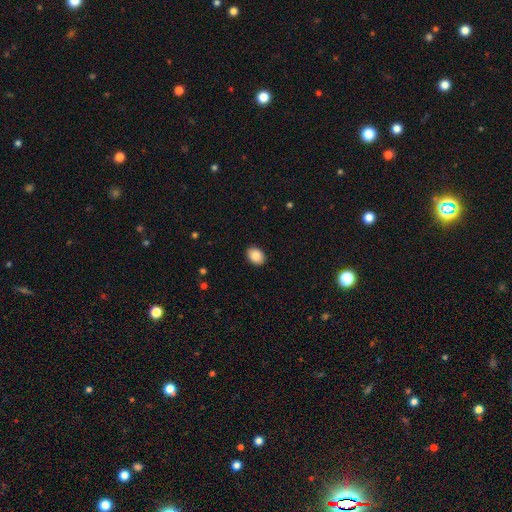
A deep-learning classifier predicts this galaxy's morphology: smooth-or-featured: smooth: 88% | star or artifact: 7% | featured or disk: 4%
  how-rounded: in between: 72% | round: 27% | cigar-shaped: 1%
  merging: none: 90% | minor disturbance: 7% | major disturbance: 2% | merger: 1%